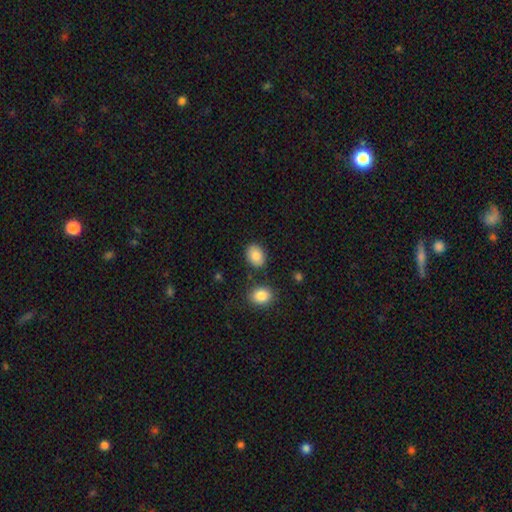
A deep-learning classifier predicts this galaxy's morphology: Smooth or featured? Predicted: smooth (p=0.85). How rounded? Predicted: in between (p=0.67). Merging? Predicted: none (p=0.82).